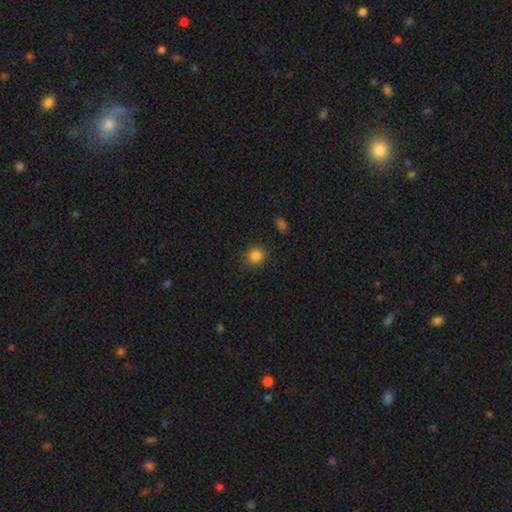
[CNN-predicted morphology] Overall: smooth (84%). How rounded: round (81%). Merging: none (89%).